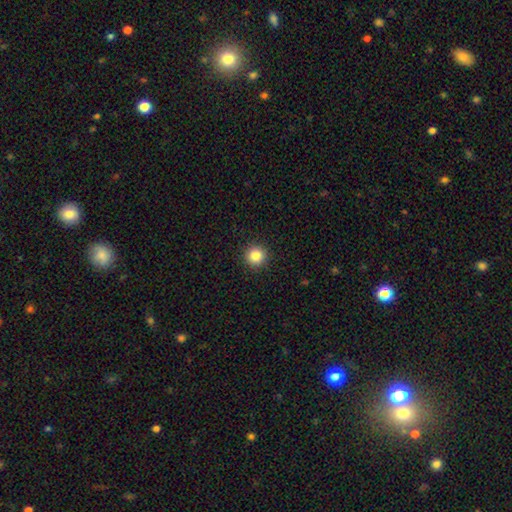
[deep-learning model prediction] Smooth or featured? smooth (85%)
How rounded? round (95%)
Merging? none (92%)